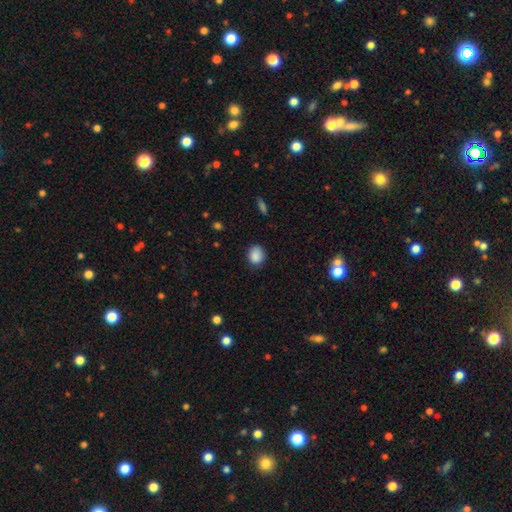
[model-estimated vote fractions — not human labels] This appears to be a smooth galaxy with no disk features (87%) that is round (64%). Merging: none (80%).